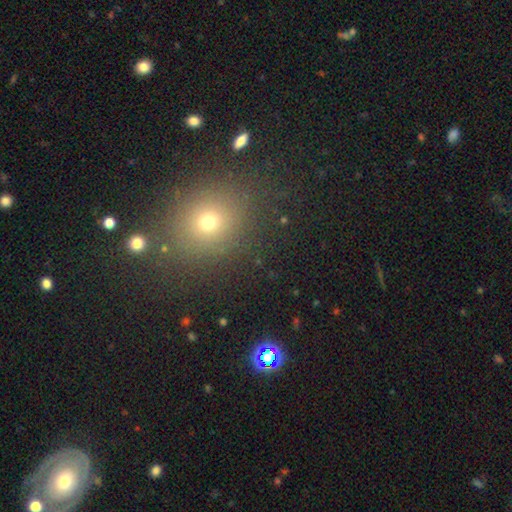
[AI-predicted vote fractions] Q: Smooth or featured?
A: smooth (58%); runner-up: star or artifact (34%)
Q: How rounded?
A: round (73%); runner-up: in between (26%)
Q: Merging?
A: none (87%); runner-up: minor disturbance (7%)